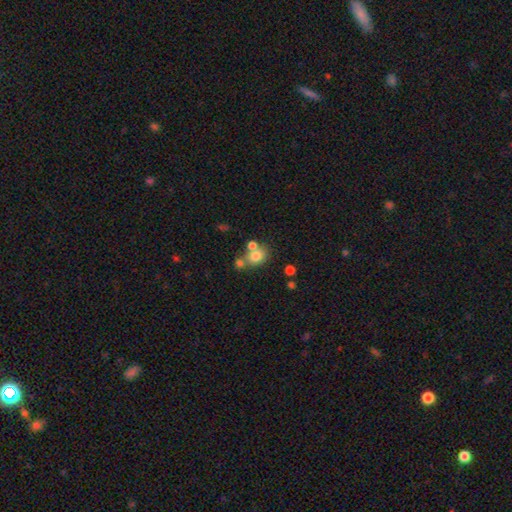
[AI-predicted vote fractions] Smooth or featured?
  - smooth: 74% *
  - featured or disk: 14%
  - star or artifact: 12%
How rounded?
  - round: 61% *
  - in between: 38%
  - cigar-shaped: 1%
Merging?
  - none: 45% *
  - merger: 38%
  - minor disturbance: 11%
  - major disturbance: 6%